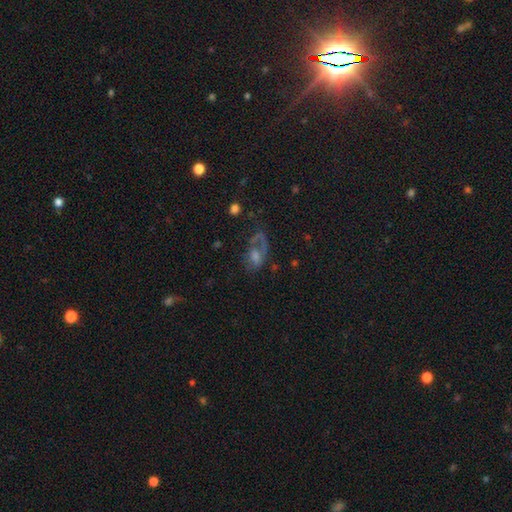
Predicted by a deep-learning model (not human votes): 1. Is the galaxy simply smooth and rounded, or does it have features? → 56% featured or disk, 28% smooth, 16% star or artifact.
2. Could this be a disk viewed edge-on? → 95% no, 5% yes.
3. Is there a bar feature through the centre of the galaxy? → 73% no, 22% weak, 5% strong.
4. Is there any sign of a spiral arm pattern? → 60% yes, 40% no.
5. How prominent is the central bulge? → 38% moderate, 27% small, 20% none, 12% large, 3% dominant.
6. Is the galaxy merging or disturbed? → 40% none, 38% major disturbance, 17% minor disturbance, 5% merger.